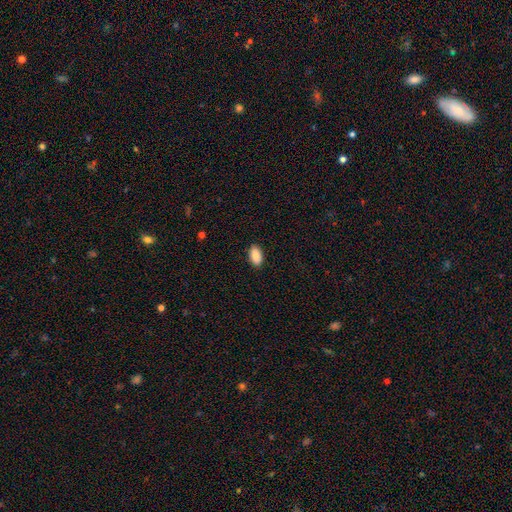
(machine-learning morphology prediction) Smooth or featured? smooth (89%)
How rounded? in between (94%)
Merging? none (89%)